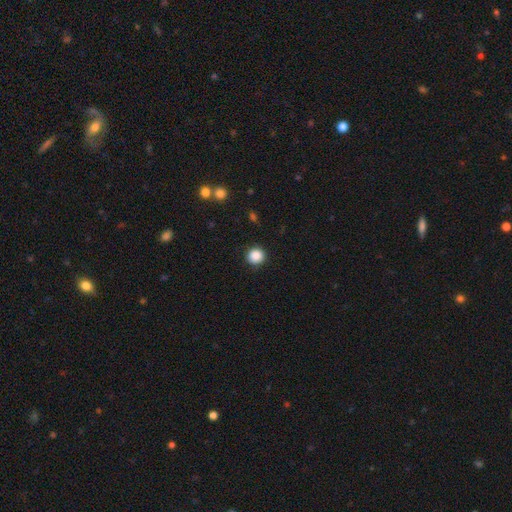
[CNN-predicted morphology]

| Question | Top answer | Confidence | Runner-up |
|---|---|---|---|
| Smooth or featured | smooth | 87% | star or artifact (10%) |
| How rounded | round | 93% | in between (6%) |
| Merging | none | 90% | minor disturbance (7%) |